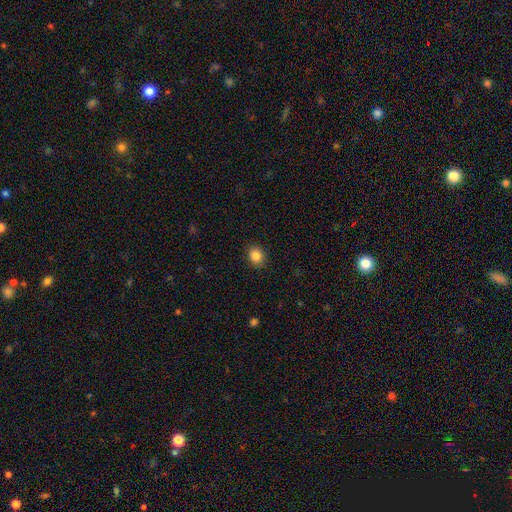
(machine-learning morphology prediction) Smooth or featured?
  - smooth: 86% *
  - star or artifact: 10%
  - featured or disk: 5%
How rounded?
  - round: 58% *
  - in between: 41%
  - cigar-shaped: 1%
Merging?
  - none: 88% *
  - minor disturbance: 8%
  - major disturbance: 2%
  - merger: 1%